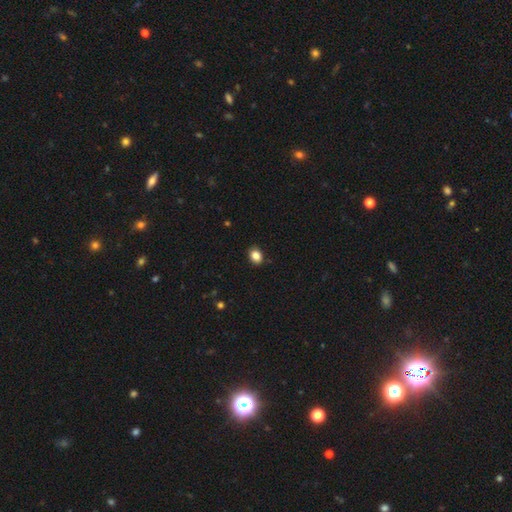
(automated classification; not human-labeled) This is clearly a smooth galaxy (87%). How rounded: likely in between (65%). Merging: clearly none (88%).